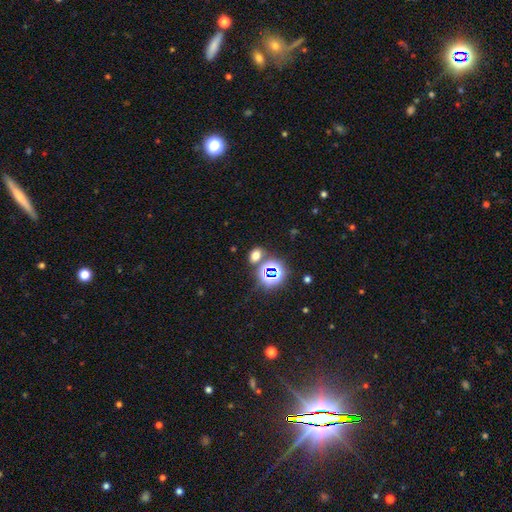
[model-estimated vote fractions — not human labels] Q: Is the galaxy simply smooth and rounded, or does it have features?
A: smooth — 60%.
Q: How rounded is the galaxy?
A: in between — 69%.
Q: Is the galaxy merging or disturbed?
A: none — 75%.